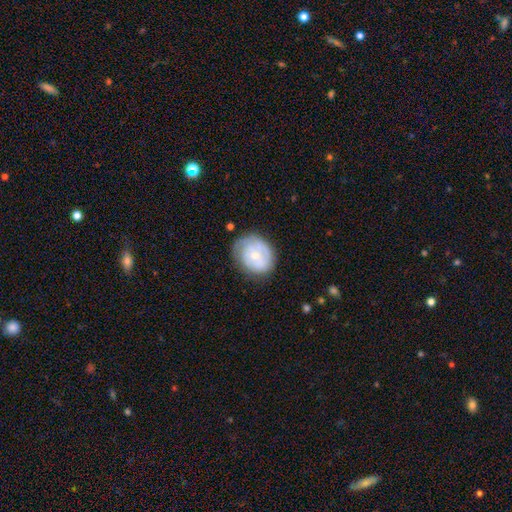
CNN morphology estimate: Smooth or featured: featured or disk — 58% (smooth — 35%)
Edge-on disk: no — 97% (yes — 3%)
Bar: no — 80% (weak — 17%)
Spiral arms: yes — 71% (no — 29%)
Bulge size: small — 55% (moderate — 41%)
Merging: none — 64% (minor disturbance — 25%)